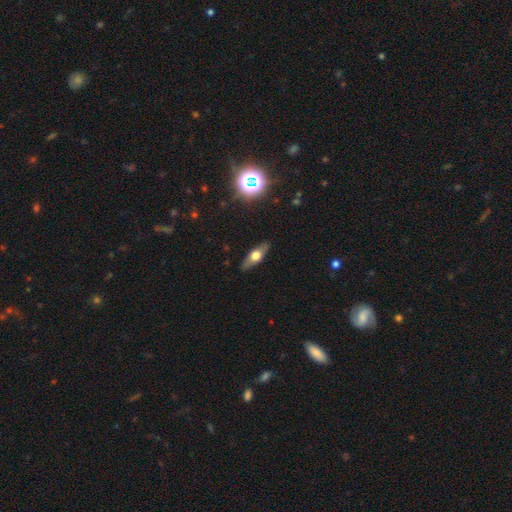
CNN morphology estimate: A featured or disk galaxy (49%). Merging: none (86%).